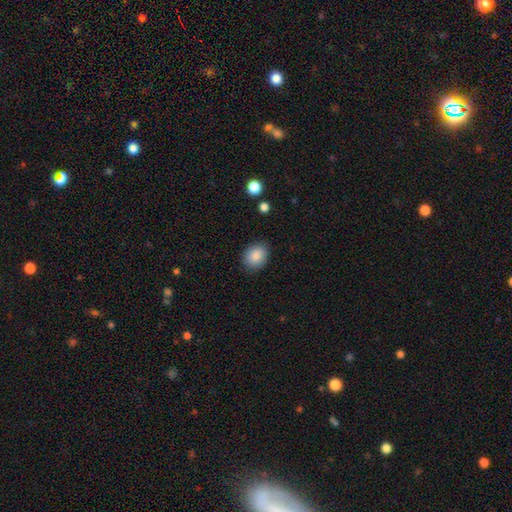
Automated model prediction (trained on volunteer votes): Overall: smooth (88%). How rounded: in between (61%; round 38%). Merging: none (85%).